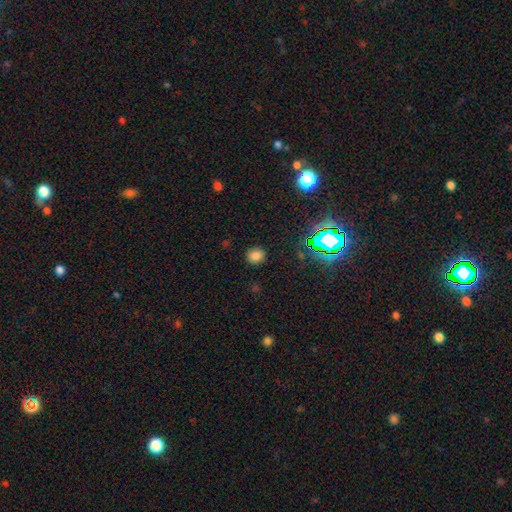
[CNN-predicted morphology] This appears to be a smooth galaxy with no disk features (75%) that is round (80%). Merging: none (88%).